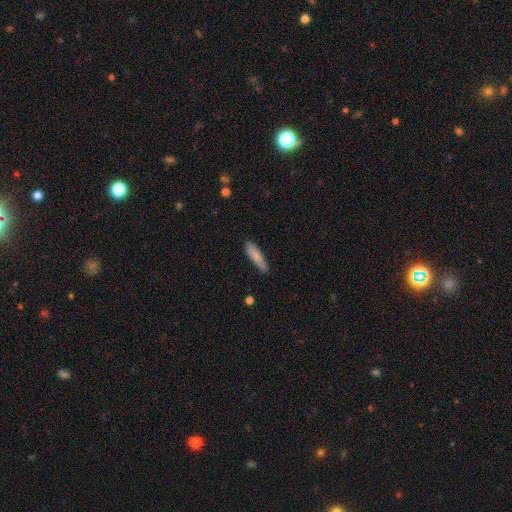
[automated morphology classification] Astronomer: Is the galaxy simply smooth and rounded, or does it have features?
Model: smooth — 82%.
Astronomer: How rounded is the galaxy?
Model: cigar-shaped — 79%.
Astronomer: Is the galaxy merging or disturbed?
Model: none — 83%.